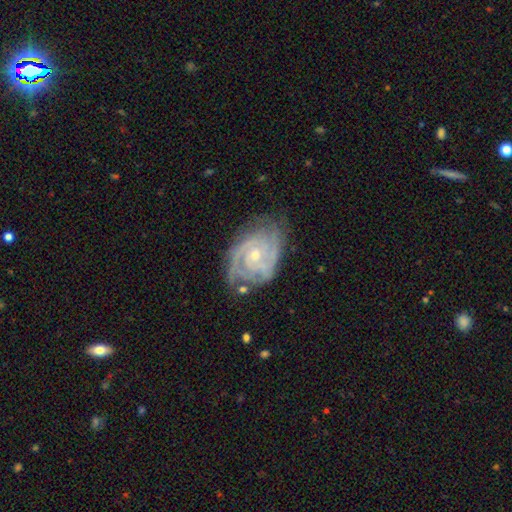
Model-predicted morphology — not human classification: featured or disk 89%, smooth 6%, star or artifact 5%. Down the decision tree: edge-on disk — no (97%); bar — no (70%); spiral arms — yes (97%); spiral arm count — 2 (35%); spiral winding — tight (74%); bulge size — small (52%); merging — none (66%).